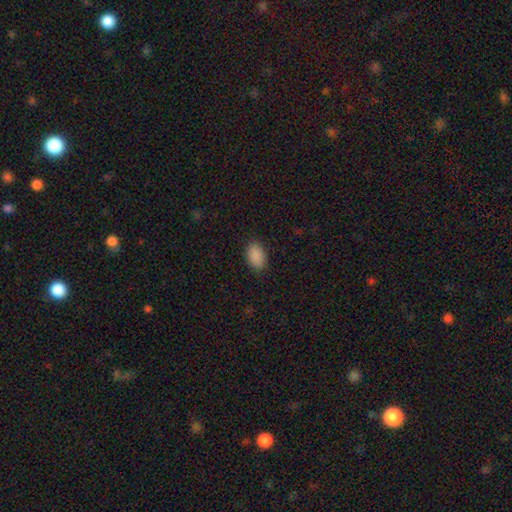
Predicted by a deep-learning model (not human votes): Smooth or featured? smooth (90%)
How rounded? in between (90%)
Merging? none (87%)